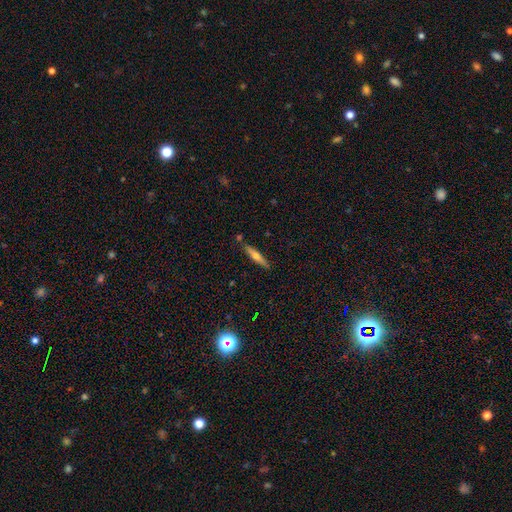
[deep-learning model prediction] Q: Smooth or featured?
A: smooth (48%); runner-up: featured or disk (45%)
Q: Merging?
A: none (83%); runner-up: minor disturbance (11%)